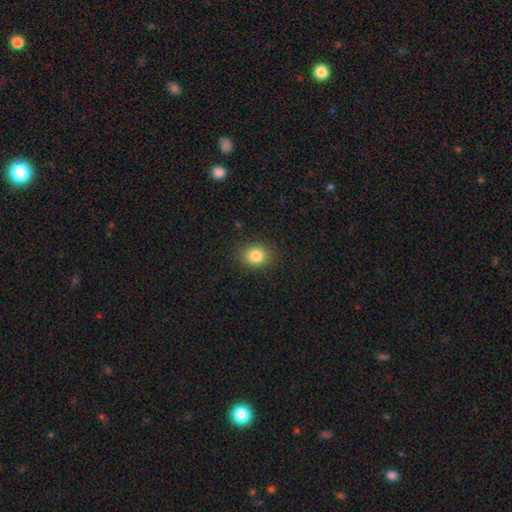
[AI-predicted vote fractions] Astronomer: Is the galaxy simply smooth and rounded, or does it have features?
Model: smooth — 84%.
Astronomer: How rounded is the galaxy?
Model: round — 69%.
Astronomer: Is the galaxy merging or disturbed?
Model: none — 88%.